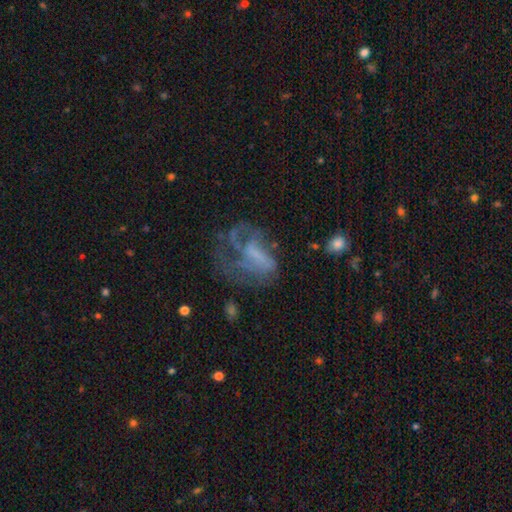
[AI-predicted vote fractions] Overall: featured or disk (61%; smooth 25%). Edge-on disk: no (96%). Bar: no (55%; weak 29%). Spiral arms: yes (52%; no 48%). Bulge size: none (61%). Merging: major disturbance (50%; none 28%).